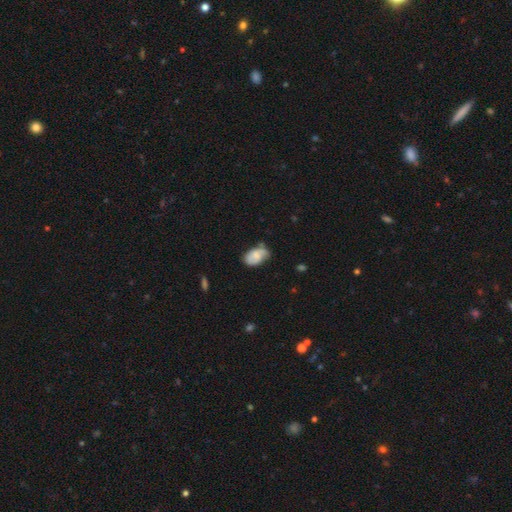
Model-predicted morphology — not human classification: Smooth or featured? smooth (65%)
How rounded? in between (90%)
Merging? none (48%)